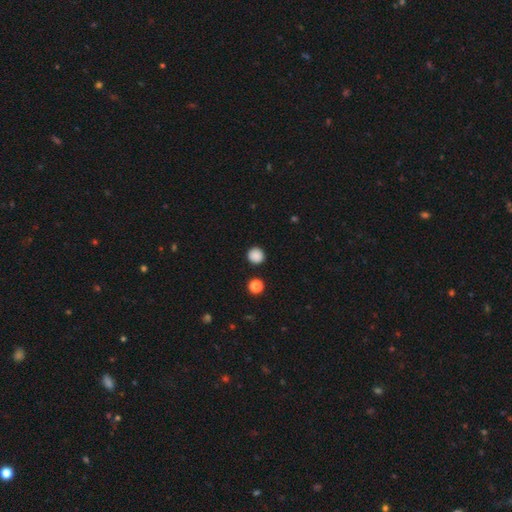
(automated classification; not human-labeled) smooth 87%, star or artifact 10%, featured or disk 3%. Down the decision tree: how rounded — round (94%); merging — none (92%).